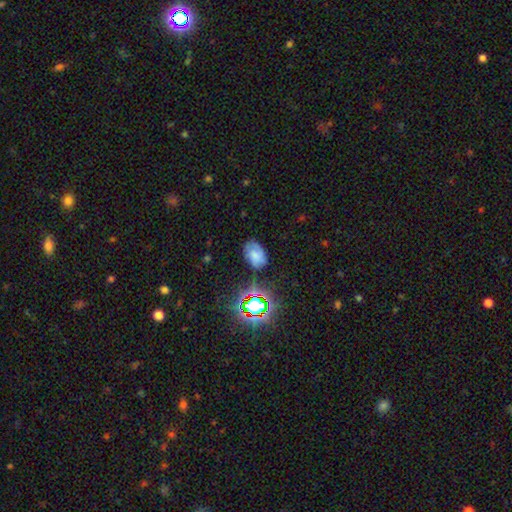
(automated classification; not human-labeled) smooth_or_featured: smooth (p=0.48) [alt: featured or disk p=0.34]
merging: none (p=0.59) [alt: minor disturbance p=0.27]